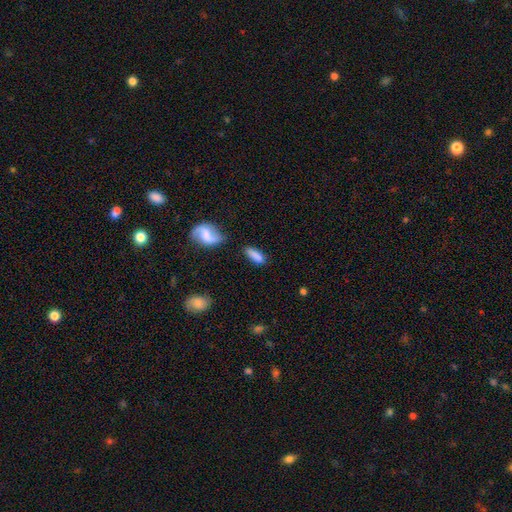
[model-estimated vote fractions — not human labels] Smooth or featured? smooth (82%)
How rounded? in between (58%)
Merging? none (71%)